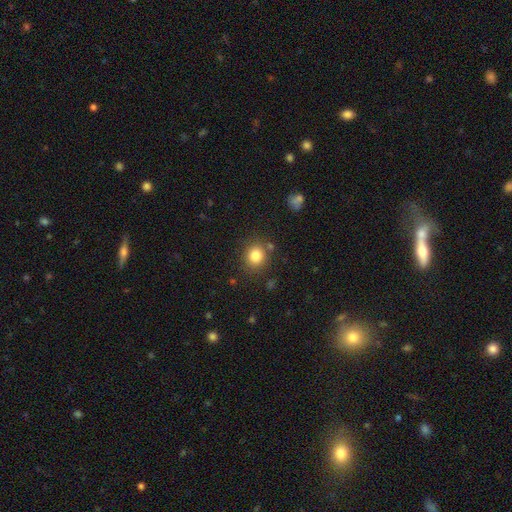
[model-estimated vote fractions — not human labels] This appears to be a smooth galaxy with no disk features (82%) that is round (82%). Merging: none (82%).